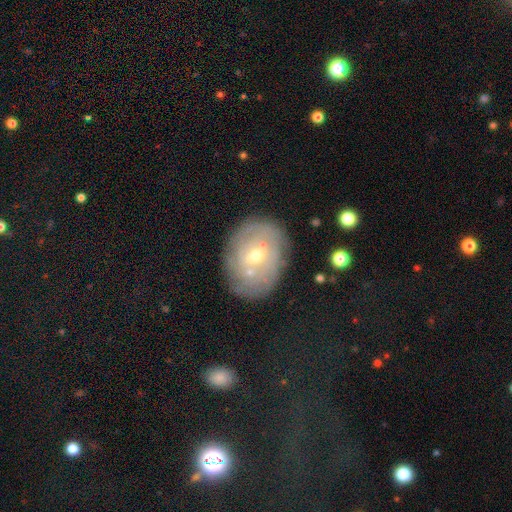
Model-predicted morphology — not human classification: type=featured or disk (65%); edge-on=no (95%); bar=weak (51%); spiral arms=yes (68%); bulge=moderate (52%); merging=none (71%).